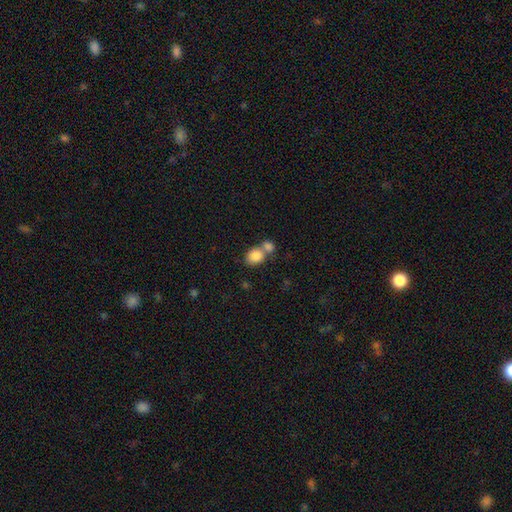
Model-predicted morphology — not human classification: type=smooth (85%); roundness=round (55%); merging=merger (51%).